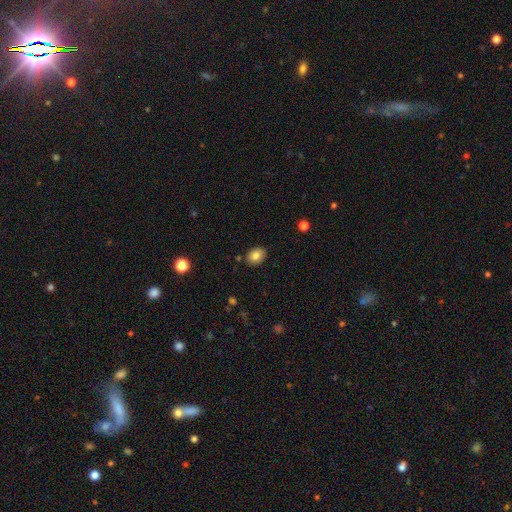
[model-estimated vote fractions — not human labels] Smooth or featured? Predicted: smooth (p=0.83). How rounded? Predicted: in between (p=0.58). Merging? Predicted: none (p=0.86).